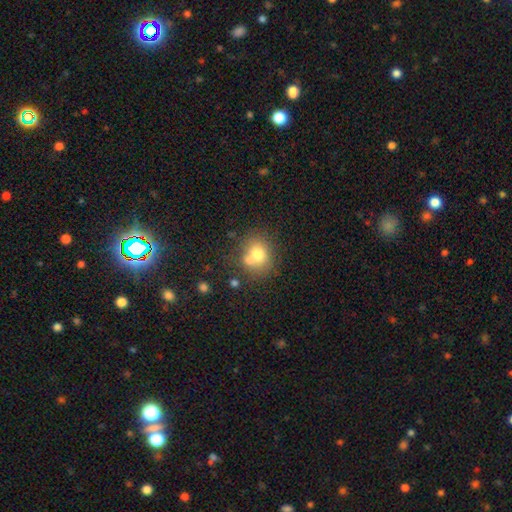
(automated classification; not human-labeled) smooth-or-featured: smooth: 72% | featured or disk: 16% | star or artifact: 12%
  how-rounded: round: 70% | in between: 29% | cigar-shaped: 1%
  merging: none: 54% | merger: 29% | minor disturbance: 13% | major disturbance: 4%